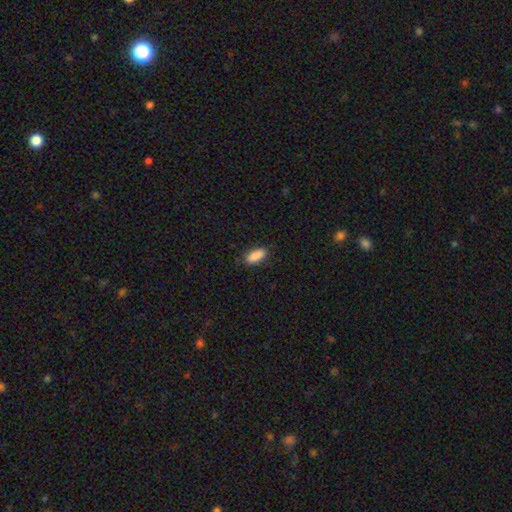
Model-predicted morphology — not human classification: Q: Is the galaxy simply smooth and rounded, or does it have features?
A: smooth — 89%.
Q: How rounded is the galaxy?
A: in between — 82%.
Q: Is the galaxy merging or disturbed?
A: none — 85%.